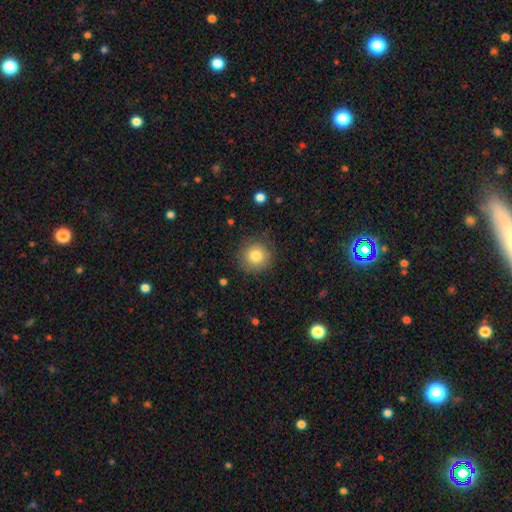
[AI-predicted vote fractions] smooth 81%, star or artifact 10%, featured or disk 9%. Down the decision tree: how rounded — round (94%); merging — none (86%).